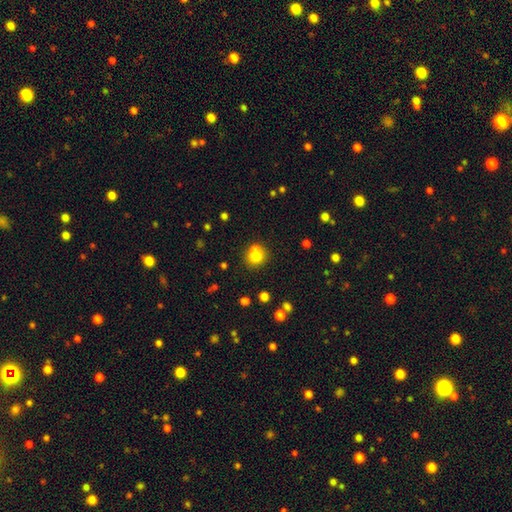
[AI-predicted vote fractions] smooth_or_featured: smooth (p=0.73) [alt: star or artifact p=0.14]
how_rounded: round (p=0.83) [alt: in between p=0.16]
merging: none (p=0.49) [alt: merger p=0.40]